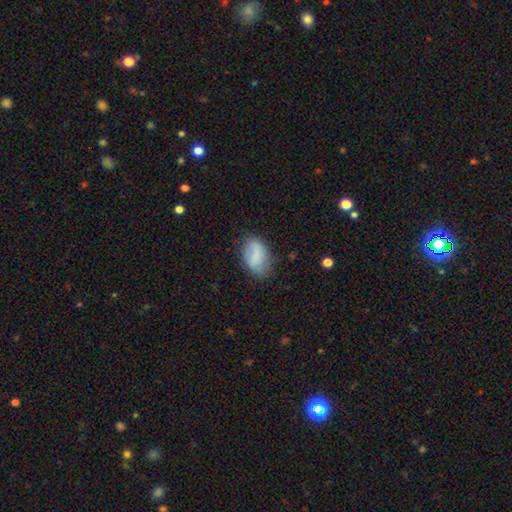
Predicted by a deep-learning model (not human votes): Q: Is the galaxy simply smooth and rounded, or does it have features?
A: smooth — 77%.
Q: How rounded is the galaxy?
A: in between — 88%.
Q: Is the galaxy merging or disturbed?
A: none — 70%.